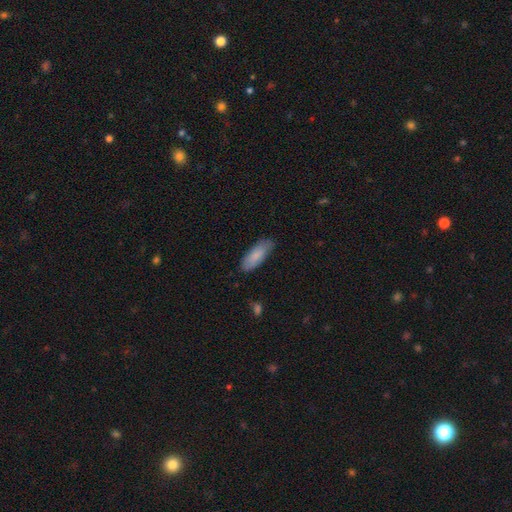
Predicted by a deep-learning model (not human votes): The model was most divided on "how rounded": in between: 67%, cigar-shaped: 31%, round: 1%. More confident: smooth or featured — smooth (84%); merging — none (81%).